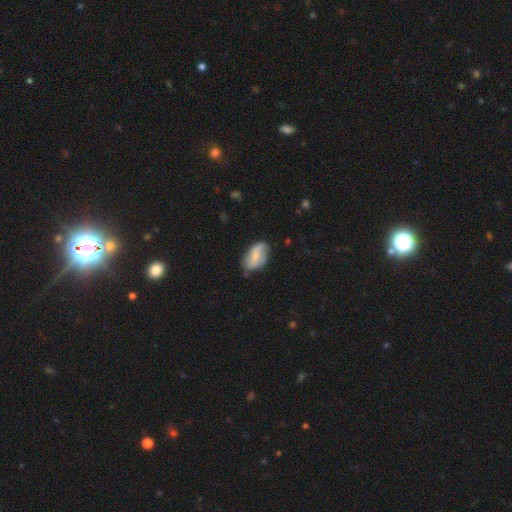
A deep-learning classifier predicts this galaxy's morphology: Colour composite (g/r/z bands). It shows a smooth galaxy with no disk features (52%) that is in between round and cigar-shaped (91%). Merging: none (64%).